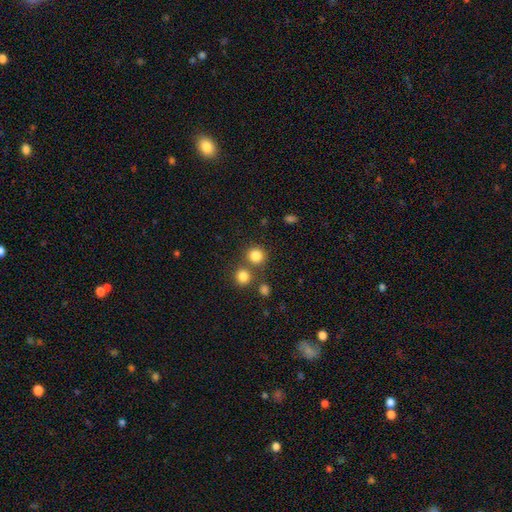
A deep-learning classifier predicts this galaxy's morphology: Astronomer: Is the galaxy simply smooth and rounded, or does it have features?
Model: smooth — 83%.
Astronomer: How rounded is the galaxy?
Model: round — 91%.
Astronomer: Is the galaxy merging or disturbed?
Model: none — 71%.